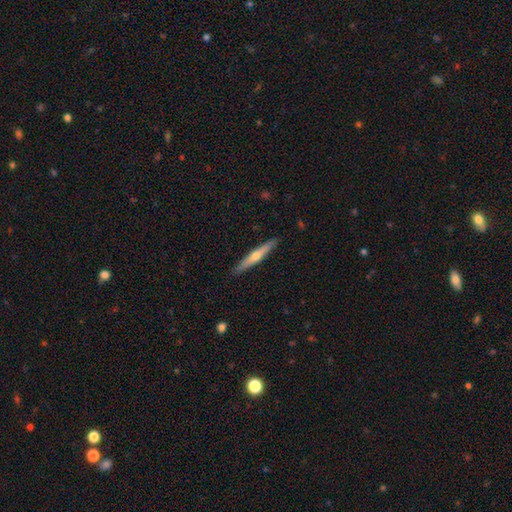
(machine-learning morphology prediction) Smooth or featured: featured or disk — 51% (smooth — 43%)
Edge-on disk: yes — 95% (no — 5%)
Merging: none — 91% (minor disturbance — 7%)